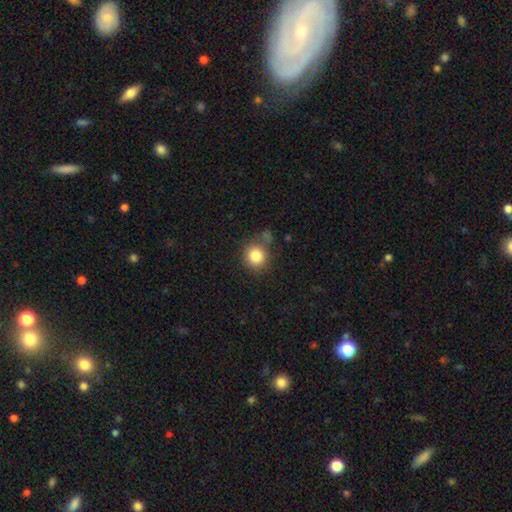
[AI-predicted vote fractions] smooth-or-featured: smooth: 84% | star or artifact: 10% | featured or disk: 6%
  how-rounded: round: 89% | in between: 10% | cigar-shaped: 1%
  merging: none: 71% | minor disturbance: 15% | merger: 8% | major disturbance: 6%